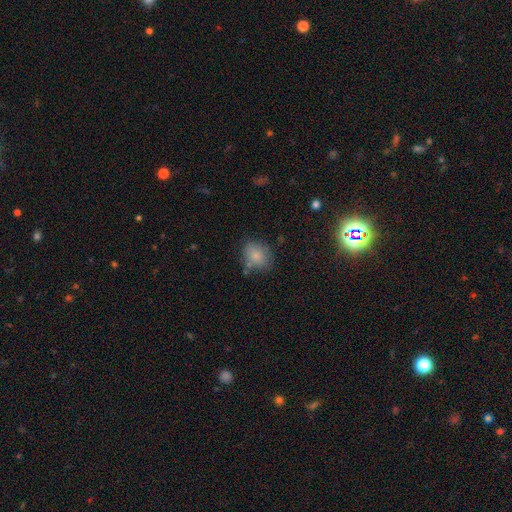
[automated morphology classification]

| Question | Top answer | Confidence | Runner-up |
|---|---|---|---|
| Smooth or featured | smooth | 82% | featured or disk (9%) |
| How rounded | round | 50% | in between (49%) |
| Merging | none | 66% | minor disturbance (21%) |